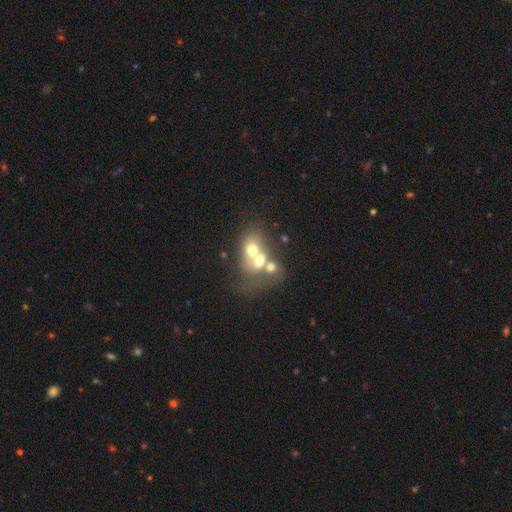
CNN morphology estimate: smooth 53%, featured or disk 33%, star or artifact 14%. Down the decision tree: how rounded — in between (51%); merging — merger (64%).